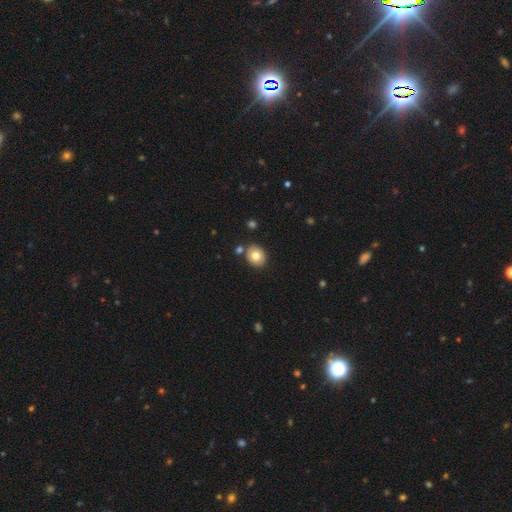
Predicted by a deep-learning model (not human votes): The model was most divided on "how rounded": round: 64%, in between: 35%, cigar-shaped: 1%. More confident: merging — none (81%); smooth or featured — smooth (78%).